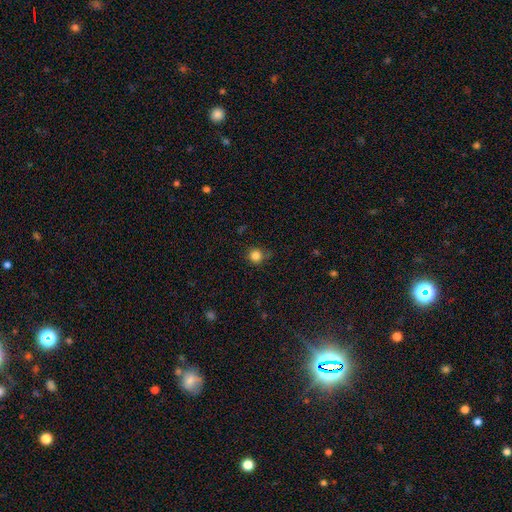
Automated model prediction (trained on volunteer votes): This appears to be a smooth galaxy with no disk features (83%) that is round (91%). Merging: none (72%).